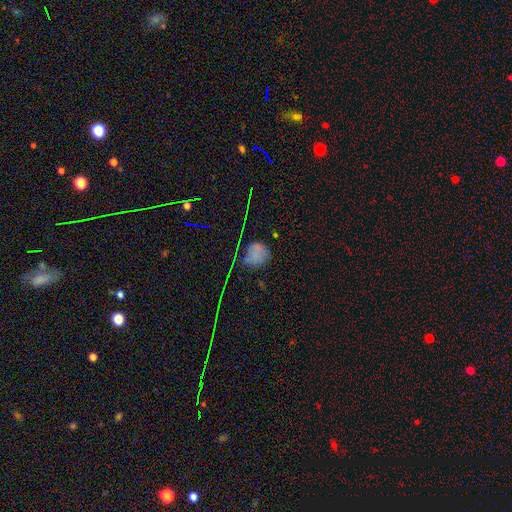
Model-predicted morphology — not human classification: A smooth galaxy with no disk features (57%) that is round (86%).

Vote fractions:
- Smooth or featured? smooth: 57% / star or artifact: 32% / featured or disk: 11%
- How rounded? round: 86% / in between: 13% / cigar-shaped: 2%
- Merging? none: 68% / minor disturbance: 20% / major disturbance: 8% / merger: 4%